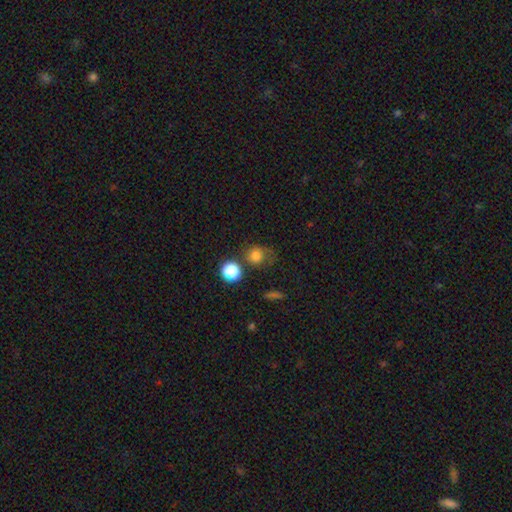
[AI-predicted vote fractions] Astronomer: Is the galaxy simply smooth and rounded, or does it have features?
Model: smooth — 76%.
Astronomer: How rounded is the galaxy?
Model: round — 81%.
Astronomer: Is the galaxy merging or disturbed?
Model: none — 49%.